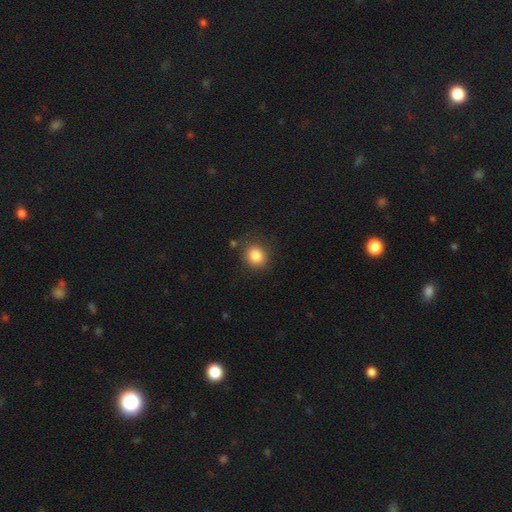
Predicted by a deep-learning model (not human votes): Morphology: type=smooth (85%); roundness=round (79%); merging=none (82%).